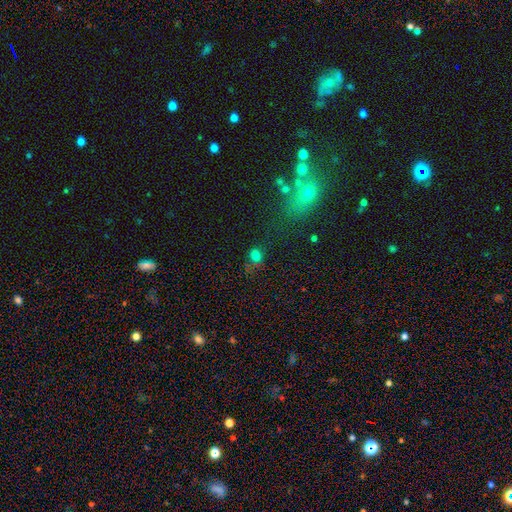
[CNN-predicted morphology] Q: Smooth or featured?
A: smooth (68%); runner-up: star or artifact (23%)
Q: How rounded?
A: in between (50%); runner-up: round (48%)
Q: Merging?
A: none (53%); runner-up: minor disturbance (21%)